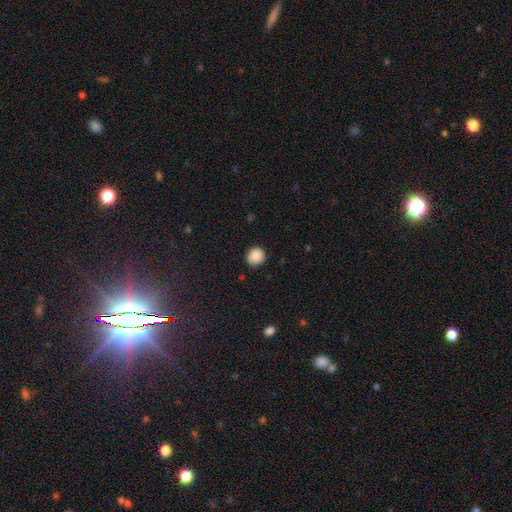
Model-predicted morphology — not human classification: A smooth galaxy with no disk features (88%) that is round (87%).

Vote fractions:
- Smooth or featured? smooth: 88% / star or artifact: 9% / featured or disk: 4%
- How rounded? round: 87% / in between: 12% / cigar-shaped: 1%
- Merging? none: 87% / minor disturbance: 10% / major disturbance: 2% / merger: 1%